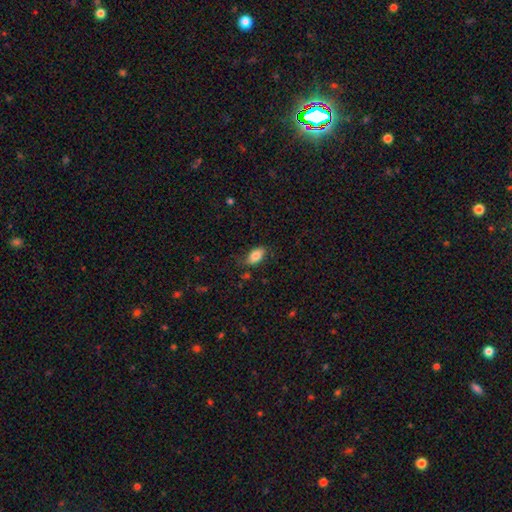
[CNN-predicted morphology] This appears to be a smooth galaxy with no disk features (81%) that is in between round and cigar-shaped (91%). Merging: none (71%).